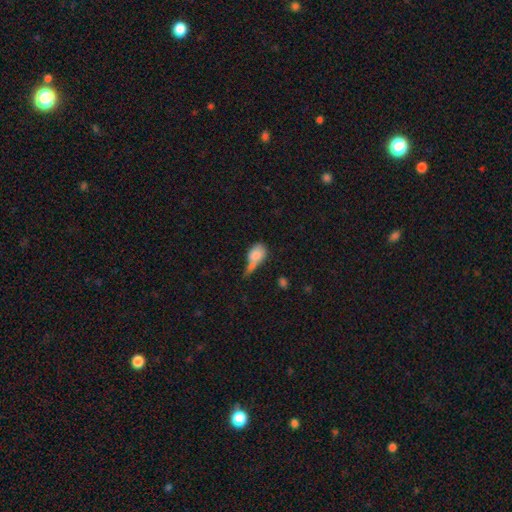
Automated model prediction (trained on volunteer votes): smooth_or_featured: smooth (p=0.74) [alt: featured or disk p=0.16]
how_rounded: in between (p=0.67) [alt: round p=0.28]
merging: merger (p=0.29) [alt: major disturbance p=0.25]